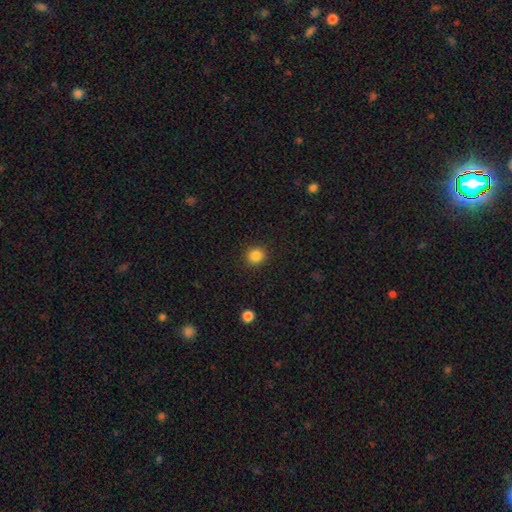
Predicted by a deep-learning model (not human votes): Q: Smooth or featured?
A: smooth (86%); runner-up: star or artifact (11%)
Q: How rounded?
A: round (87%); runner-up: in between (12%)
Q: Merging?
A: none (91%); runner-up: minor disturbance (6%)